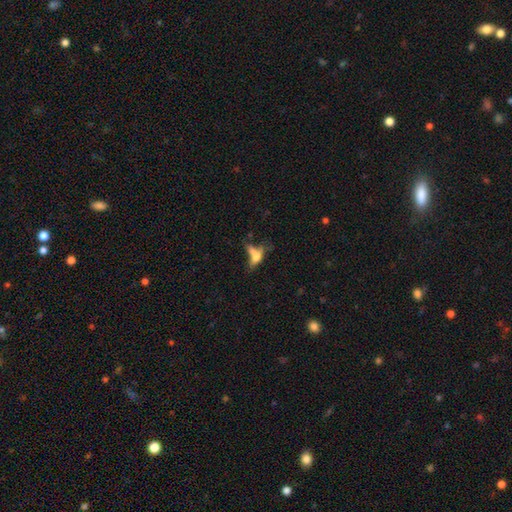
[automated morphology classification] This is possibly a smooth galaxy (50%). How rounded: possibly in between (57%). Merging: marginally merger (38%).